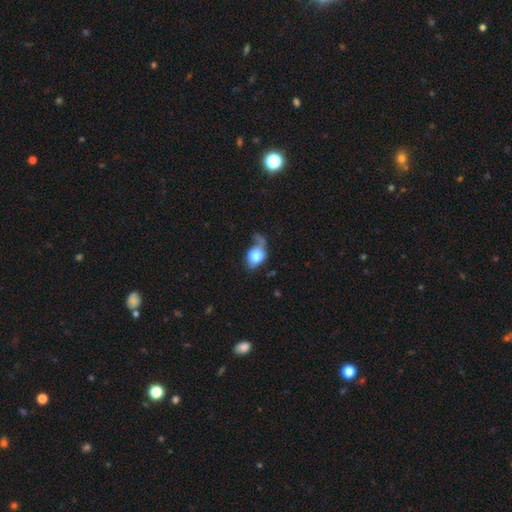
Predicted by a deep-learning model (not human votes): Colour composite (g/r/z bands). It shows a smooth galaxy with no disk features (68%) that is in between round and cigar-shaped (64%). Merging: major disturbance (34%).